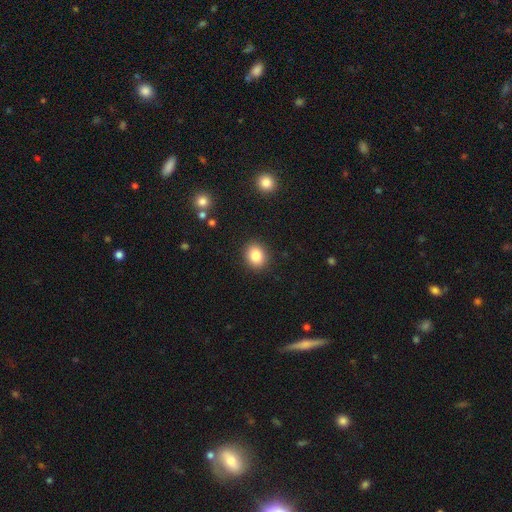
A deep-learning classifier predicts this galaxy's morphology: Q: Smooth or featured?
A: smooth (84%); runner-up: star or artifact (10%)
Q: How rounded?
A: round (57%); runner-up: in between (42%)
Q: Merging?
A: none (90%); runner-up: minor disturbance (7%)